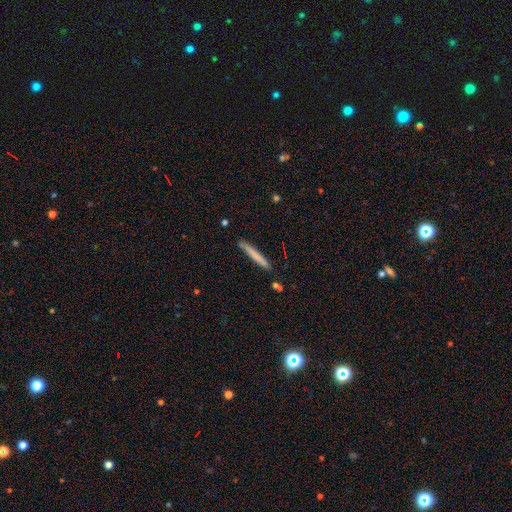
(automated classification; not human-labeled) Q: Smooth or featured?
A: smooth (70%); runner-up: featured or disk (24%)
Q: How rounded?
A: cigar-shaped (97%); runner-up: in between (2%)
Q: Merging?
A: none (88%); runner-up: minor disturbance (9%)